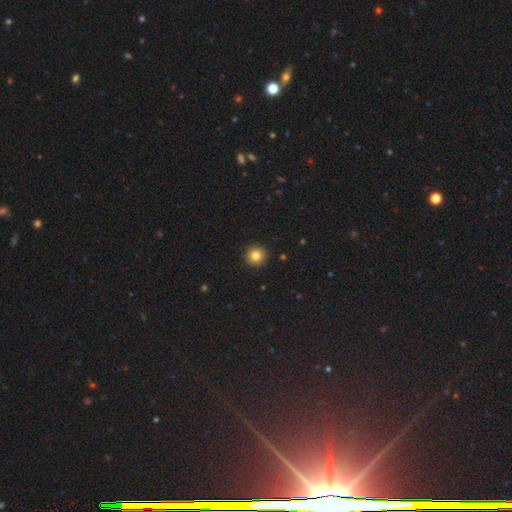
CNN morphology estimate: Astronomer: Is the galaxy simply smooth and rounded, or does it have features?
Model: smooth — 82%.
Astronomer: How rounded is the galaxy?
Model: round — 95%.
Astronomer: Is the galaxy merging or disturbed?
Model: none — 93%.